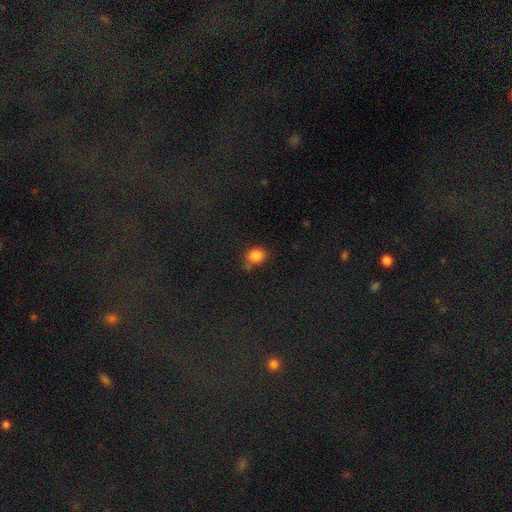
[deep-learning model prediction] smooth-or-featured: smooth: 82% | star or artifact: 12% | featured or disk: 6%
  how-rounded: round: 69% | in between: 30% | cigar-shaped: 1%
  merging: none: 60% | minor disturbance: 24% | merger: 9% | major disturbance: 7%